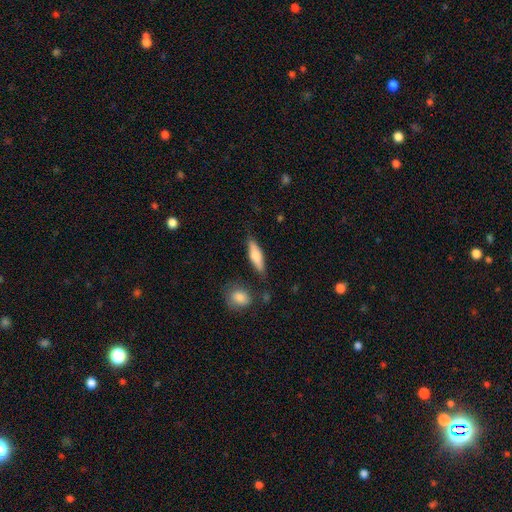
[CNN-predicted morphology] This is likely a smooth galaxy (70%). How rounded: possibly cigar-shaped (58%). Merging: likely none (76%).